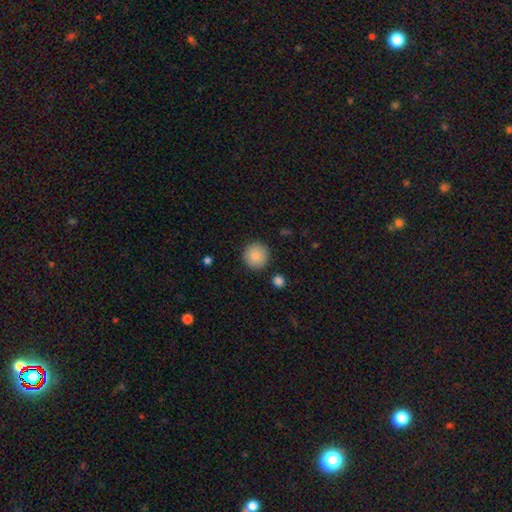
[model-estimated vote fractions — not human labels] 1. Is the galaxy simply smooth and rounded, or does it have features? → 88% smooth, 8% star or artifact, 5% featured or disk.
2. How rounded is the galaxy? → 94% round, 5% in between, 1% cigar-shaped.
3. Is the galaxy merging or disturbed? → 90% none, 6% minor disturbance, 2% major disturbance, 2% merger.